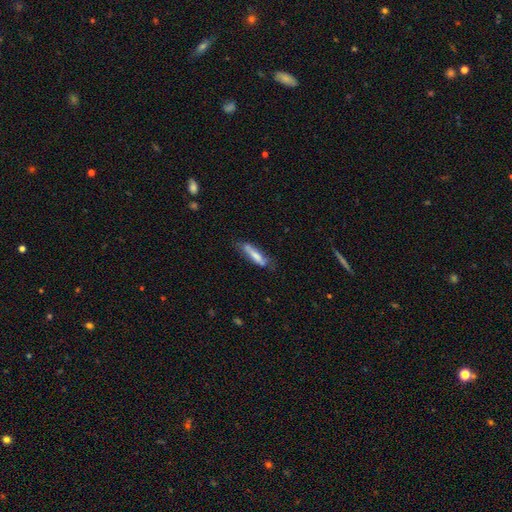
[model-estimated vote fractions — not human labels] Overall: smooth (63%; featured or disk 30%). How rounded: cigar-shaped (76%). Merging: none (52%; minor disturbance 30%).